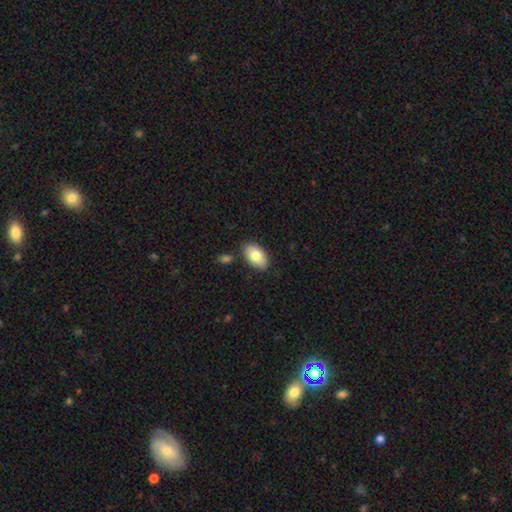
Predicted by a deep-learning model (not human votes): Smooth or featured? Predicted: smooth (p=0.81). How rounded? Predicted: in between (p=0.94). Merging? Predicted: none (p=0.84).